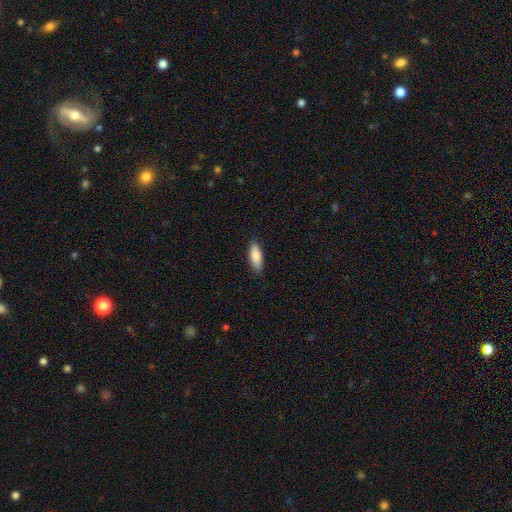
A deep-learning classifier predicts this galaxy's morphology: This is clearly a smooth galaxy (84%). How rounded: likely in between (73%). Merging: clearly none (85%).